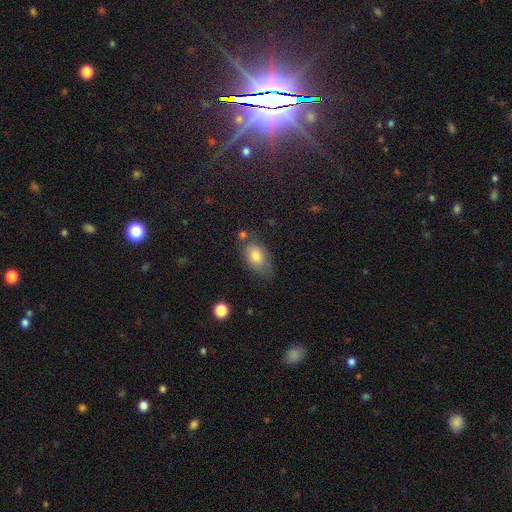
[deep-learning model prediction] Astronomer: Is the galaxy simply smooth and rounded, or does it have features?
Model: smooth — 79%.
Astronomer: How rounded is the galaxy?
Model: in between — 89%.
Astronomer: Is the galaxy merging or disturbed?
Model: none — 61%.